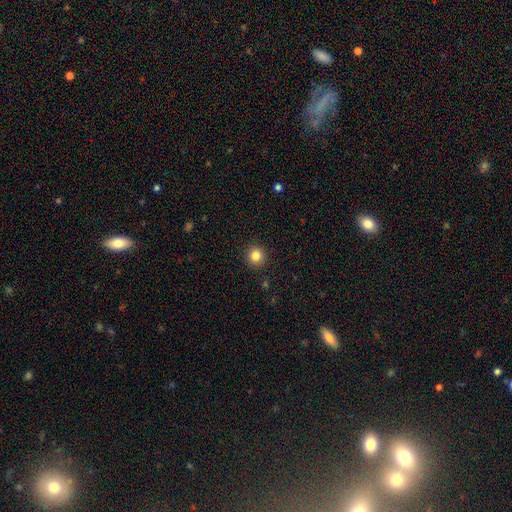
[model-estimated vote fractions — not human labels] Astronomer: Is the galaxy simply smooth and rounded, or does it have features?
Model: smooth — 84%.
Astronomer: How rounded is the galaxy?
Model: round — 94%.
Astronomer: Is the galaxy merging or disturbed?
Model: none — 92%.